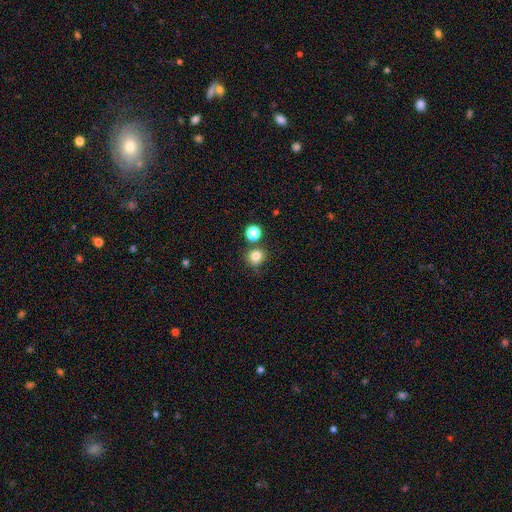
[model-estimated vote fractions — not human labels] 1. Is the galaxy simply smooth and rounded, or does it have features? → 81% smooth, 14% star or artifact, 6% featured or disk.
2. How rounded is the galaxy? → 87% round, 12% in between, 1% cigar-shaped.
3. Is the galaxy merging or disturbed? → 72% none, 13% merger, 11% minor disturbance, 4% major disturbance.